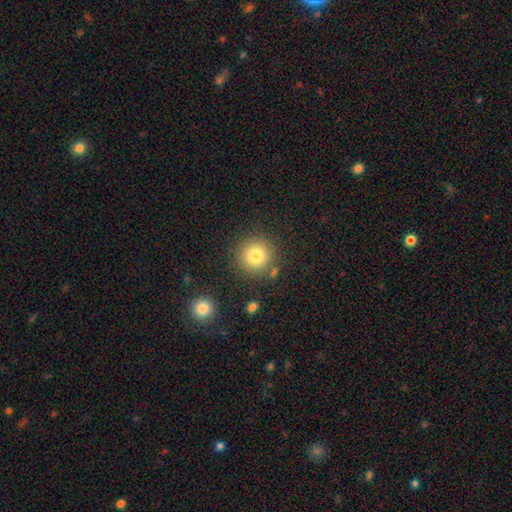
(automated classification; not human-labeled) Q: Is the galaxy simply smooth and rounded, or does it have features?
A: smooth — 81%.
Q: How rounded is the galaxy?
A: round — 94%.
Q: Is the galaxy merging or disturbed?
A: none — 84%.